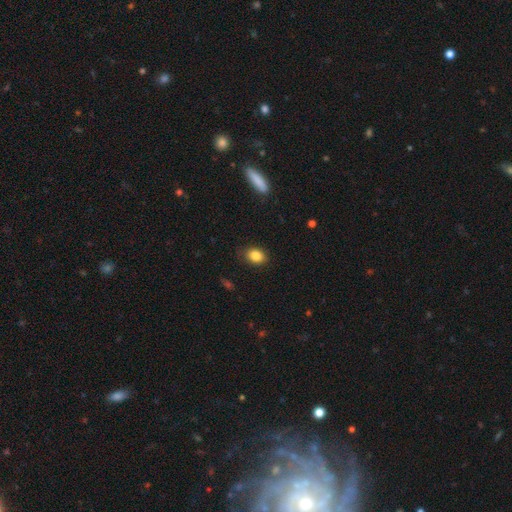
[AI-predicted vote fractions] smooth 85%, star or artifact 9%, featured or disk 6%. Down the decision tree: how rounded — in between (70%); merging — none (83%).